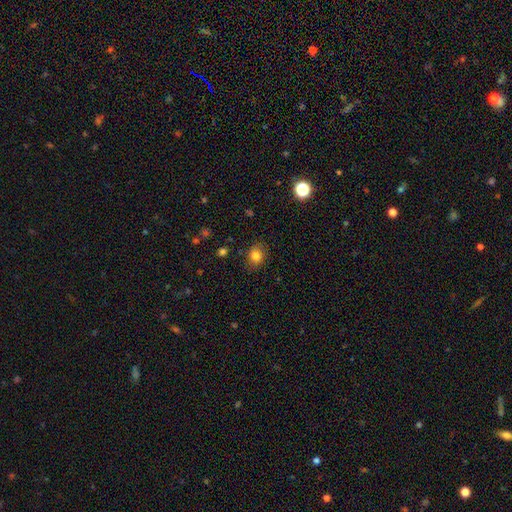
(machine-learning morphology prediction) smooth 81%, star or artifact 12%, featured or disk 7%. Down the decision tree: how rounded — round (52%); merging — none (82%).